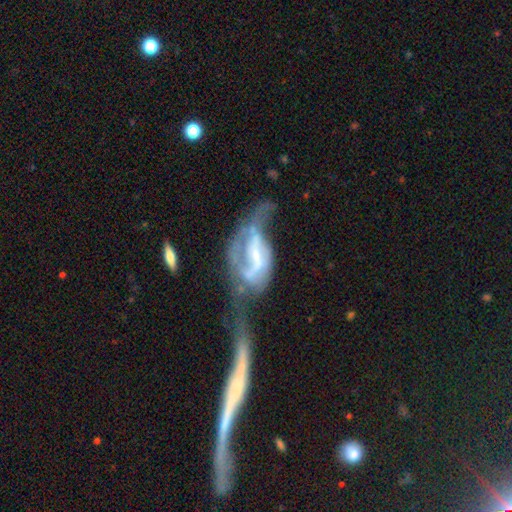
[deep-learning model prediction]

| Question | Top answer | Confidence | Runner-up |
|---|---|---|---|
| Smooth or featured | featured or disk | 79% | smooth (13%) |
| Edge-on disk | no | 95% | yes (5%) |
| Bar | weak | 41% | no (33%) |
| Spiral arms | yes | 78% | no (22%) |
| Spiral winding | loose | 46% | medium (36%) |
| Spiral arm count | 2 | 62% | can't tell (19%) |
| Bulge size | small | 49% | moderate (23%) |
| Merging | merger | 41% | major disturbance (37%) |